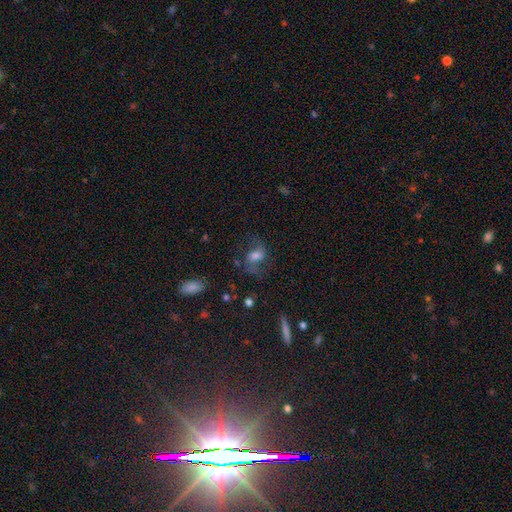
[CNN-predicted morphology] featured or disk 48%, smooth 39%, star or artifact 13%. Down the decision tree: merging — none (56%).